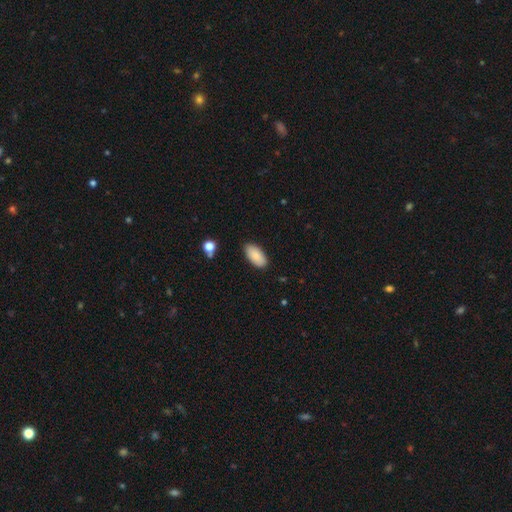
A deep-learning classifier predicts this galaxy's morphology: This is clearly a smooth galaxy (85%). How rounded: clearly in between (93%). Merging: clearly none (87%).